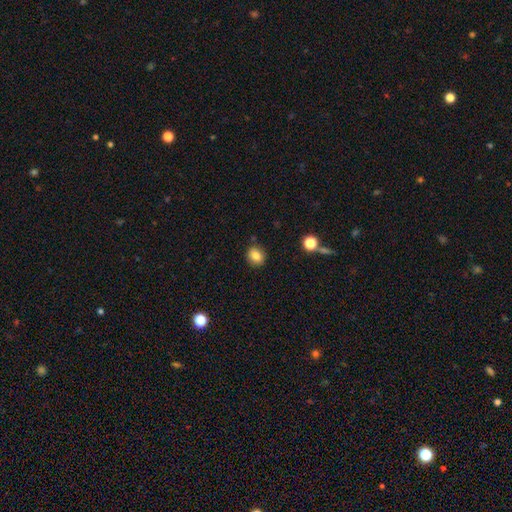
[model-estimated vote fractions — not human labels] smooth_or_featured: smooth (p=0.81) [alt: star or artifact p=0.11]
how_rounded: round (p=0.62) [alt: in between p=0.36]
merging: none (p=0.86) [alt: minor disturbance p=0.09]